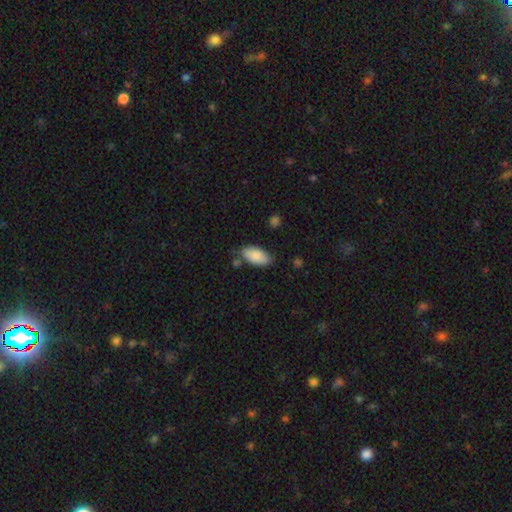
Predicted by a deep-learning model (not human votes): This is clearly a smooth galaxy (87%). How rounded: clearly in between (93%). Merging: likely none (71%).